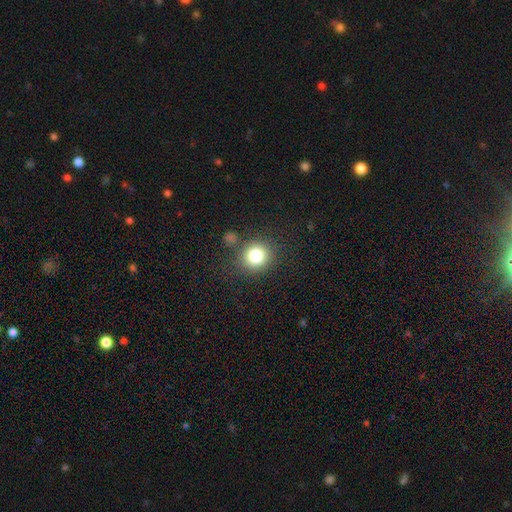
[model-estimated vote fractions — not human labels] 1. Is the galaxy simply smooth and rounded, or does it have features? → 81% smooth, 12% star or artifact, 7% featured or disk.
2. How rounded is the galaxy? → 88% round, 11% in between, 1% cigar-shaped.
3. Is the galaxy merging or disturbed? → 81% none, 10% minor disturbance, 5% merger, 4% major disturbance.